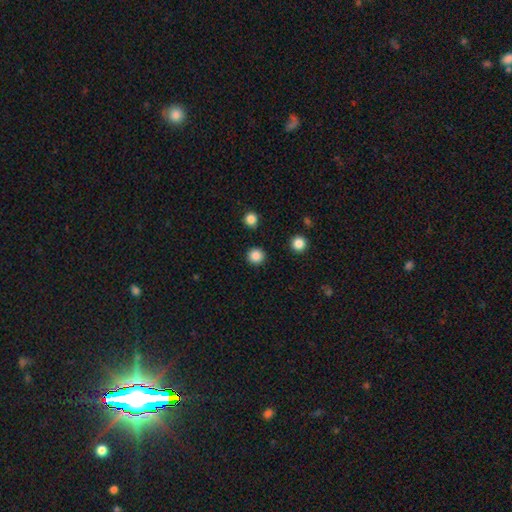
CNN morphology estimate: smooth-or-featured: smooth: 86% | star or artifact: 11% | featured or disk: 3%
  how-rounded: round: 95% | in between: 4% | cigar-shaped: 1%
  merging: none: 91% | minor disturbance: 5% | major disturbance: 2% | merger: 2%